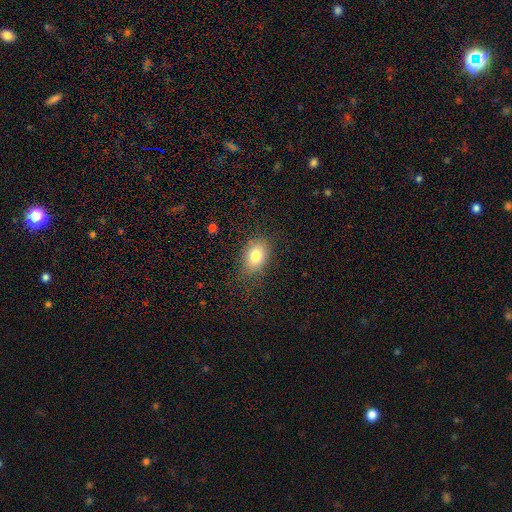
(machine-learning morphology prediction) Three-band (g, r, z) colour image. It shows a smooth galaxy with no disk features (80%) that is in between round and cigar-shaped (77%). Merging: none (80%).